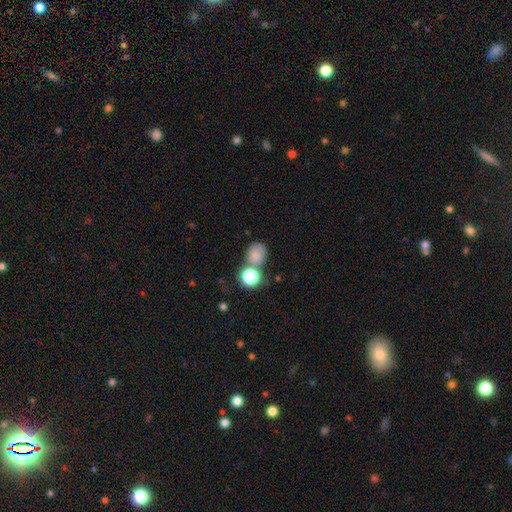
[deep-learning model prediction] Smooth or featured: smooth — 77% (star or artifact — 15%)
How rounded: round — 67% (in between — 32%)
Merging: none — 50% (merger — 30%)